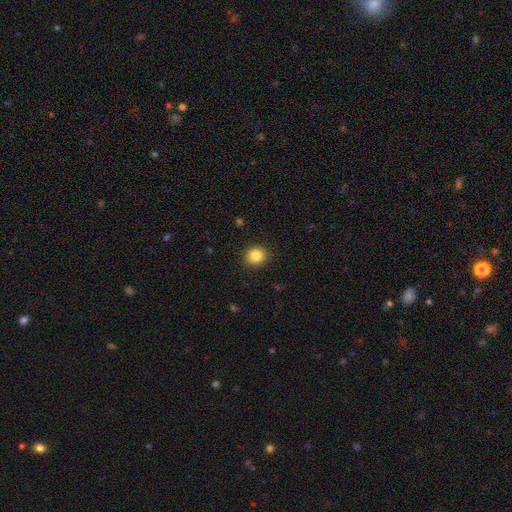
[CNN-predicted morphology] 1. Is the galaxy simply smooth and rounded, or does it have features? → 84% smooth, 11% star or artifact, 6% featured or disk.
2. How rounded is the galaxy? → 86% round, 13% in between, 1% cigar-shaped.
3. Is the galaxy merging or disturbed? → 91% none, 6% minor disturbance, 2% major disturbance, 1% merger.